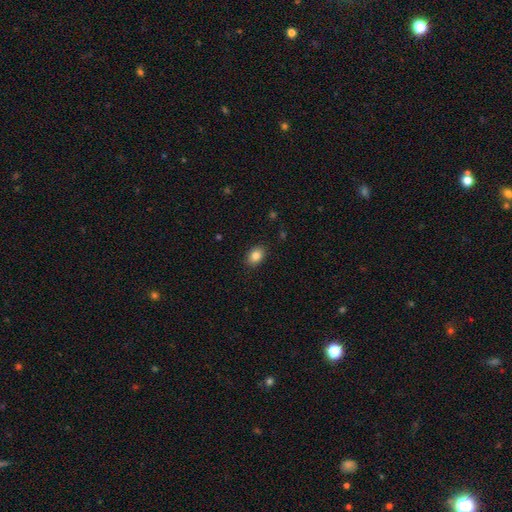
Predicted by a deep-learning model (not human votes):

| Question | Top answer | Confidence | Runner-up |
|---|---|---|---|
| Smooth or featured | smooth | 85% | star or artifact (9%) |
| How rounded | in between | 77% | round (22%) |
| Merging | none | 88% | minor disturbance (9%) |